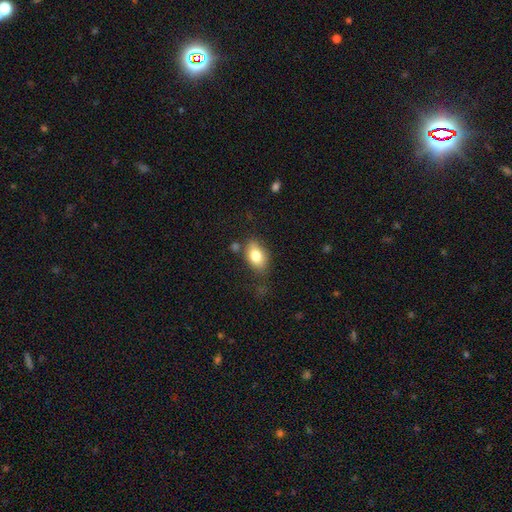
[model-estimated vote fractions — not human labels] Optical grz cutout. It shows a smooth galaxy with no disk features (79%) that is in between round and cigar-shaped (84%). Merging: none (70%).